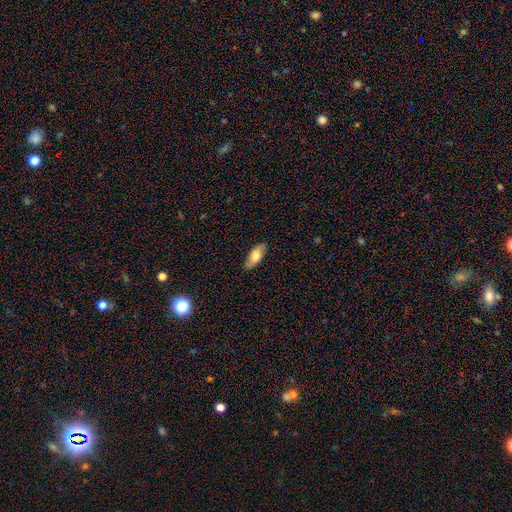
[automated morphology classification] smooth-or-featured: smooth: 70% | featured or disk: 24% | star or artifact: 6%
  how-rounded: in between: 80% | cigar-shaped: 17% | round: 2%
  merging: none: 83% | minor disturbance: 14% | major disturbance: 2% | merger: 1%